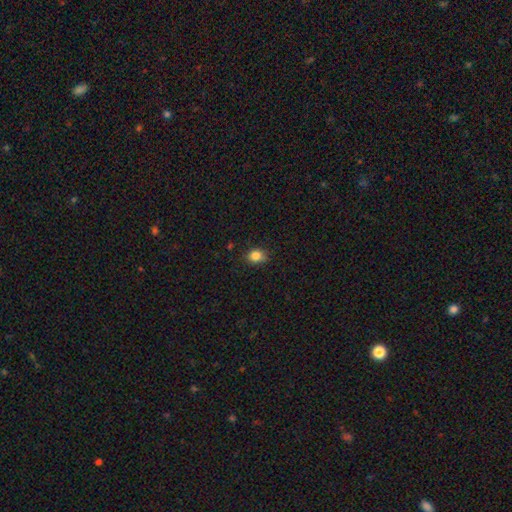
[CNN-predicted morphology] Smooth or featured: smooth — 84% (star or artifact — 11%)
How rounded: round — 52% (in between — 46%)
Merging: none — 76% (minor disturbance — 19%)